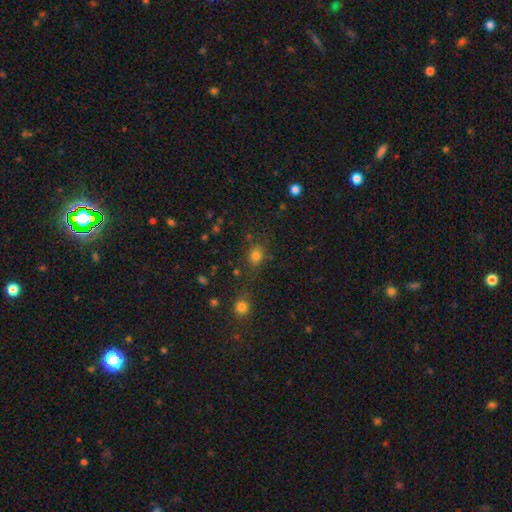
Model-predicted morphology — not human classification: Smooth or featured: smooth — 78% (star or artifact — 16%)
How rounded: in between — 54% (round — 44%)
Merging: none — 71% (minor disturbance — 13%)